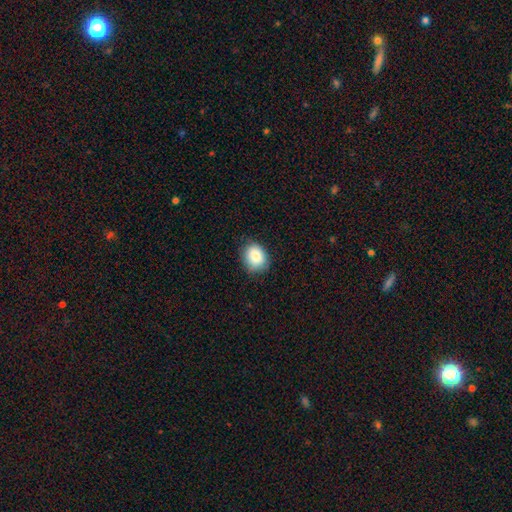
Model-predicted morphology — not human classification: A smooth galaxy with no disk features (86%) that is in between round and cigar-shaped (53%). Merging: none (81%).